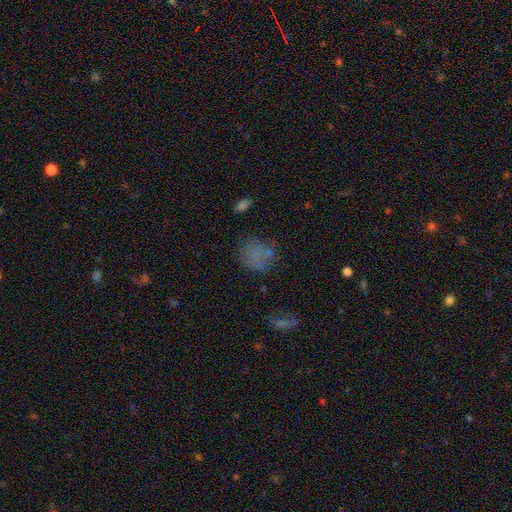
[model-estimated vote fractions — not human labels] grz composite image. It shows a smooth galaxy with no disk features (67%) that is round (64%). Merging: none (62%).